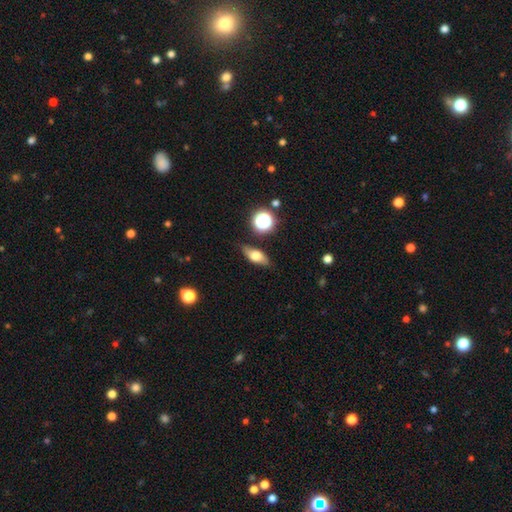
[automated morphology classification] Q: Smooth or featured?
A: smooth (59%); runner-up: featured or disk (30%)
Q: How rounded?
A: in between (70%); runner-up: cigar-shaped (18%)
Q: Merging?
A: none (80%); runner-up: minor disturbance (14%)